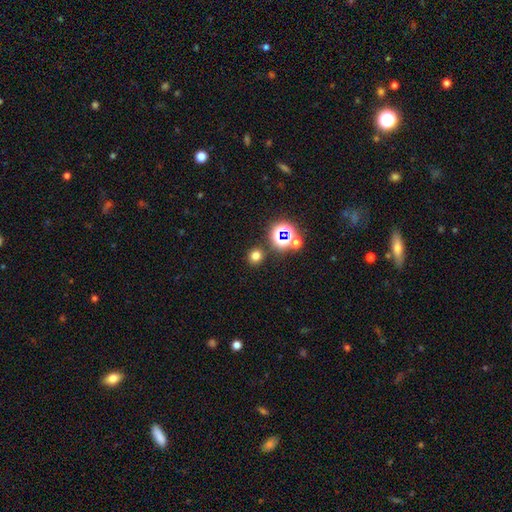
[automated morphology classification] smooth_or_featured: smooth (p=0.70) [alt: star or artifact p=0.24]
how_rounded: round (p=0.87) [alt: in between p=0.12]
merging: none (p=0.86) [alt: minor disturbance p=0.06]